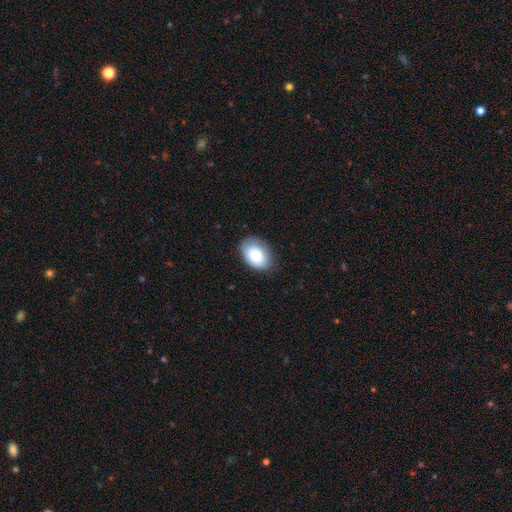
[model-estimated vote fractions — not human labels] smooth_or_featured: smooth (p=0.82) [alt: featured or disk p=0.11]
how_rounded: in between (p=0.87) [alt: round p=0.12]
merging: none (p=0.80) [alt: minor disturbance p=0.16]